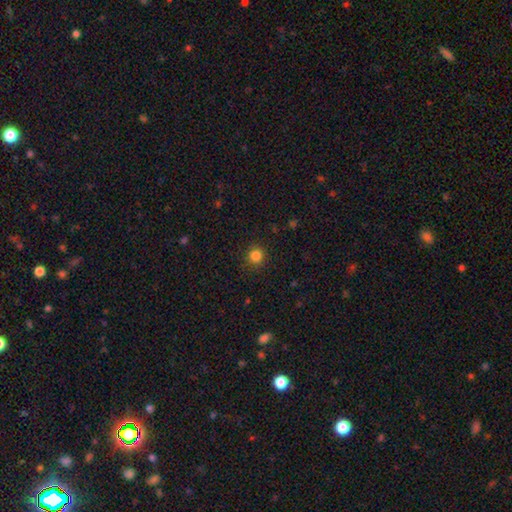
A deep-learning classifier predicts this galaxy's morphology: smooth 84%, star or artifact 12%, featured or disk 4%. Down the decision tree: how rounded — round (91%); merging — none (89%).